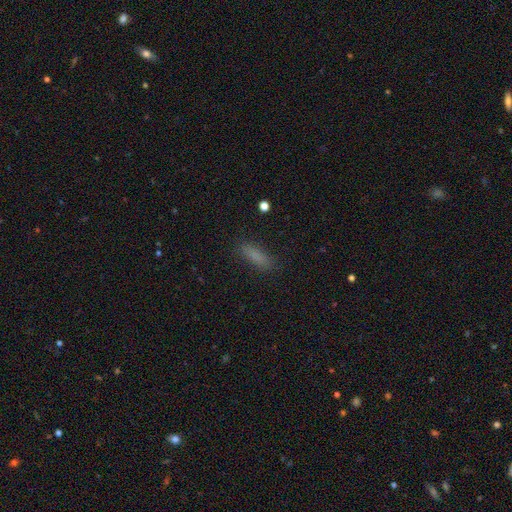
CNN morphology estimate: A smooth galaxy with no disk features (82%) that is cigar-shaped (62%). Merging: none (86%).